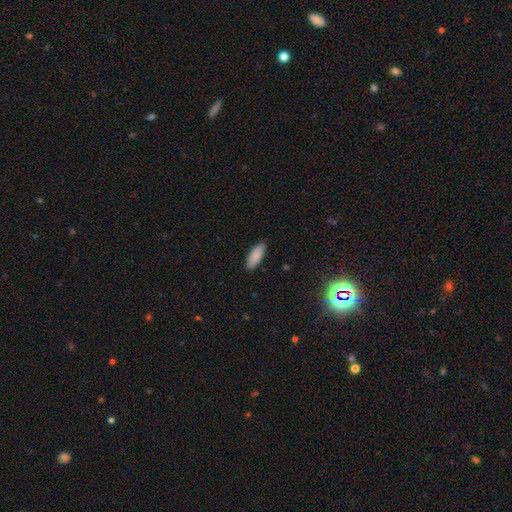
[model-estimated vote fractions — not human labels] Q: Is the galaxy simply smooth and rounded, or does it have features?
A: smooth — 87%.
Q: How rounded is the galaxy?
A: in between — 76%.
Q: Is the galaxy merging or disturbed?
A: none — 88%.